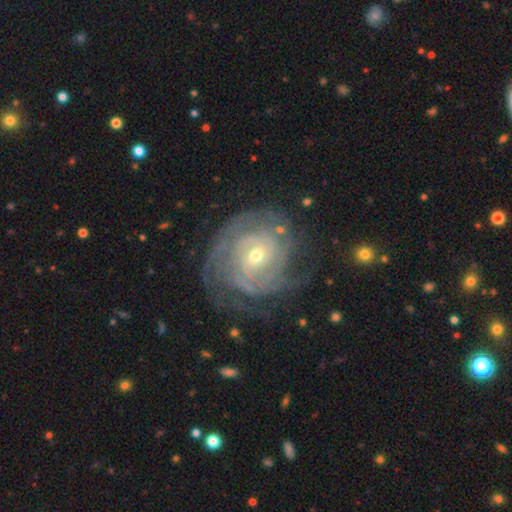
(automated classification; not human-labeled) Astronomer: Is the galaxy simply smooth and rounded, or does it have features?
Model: featured or disk — 88%.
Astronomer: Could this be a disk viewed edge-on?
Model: no — 97%.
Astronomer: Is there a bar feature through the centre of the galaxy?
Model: no — 52% (runner-up: weak, 37%).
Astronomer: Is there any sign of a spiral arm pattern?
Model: yes — 96%.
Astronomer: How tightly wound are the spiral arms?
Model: tight — 75%.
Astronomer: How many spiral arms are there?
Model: can't tell — 32% (runner-up: 3, 21%).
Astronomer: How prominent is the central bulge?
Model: small — 52% (runner-up: moderate, 45%).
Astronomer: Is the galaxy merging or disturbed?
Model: none — 70%.